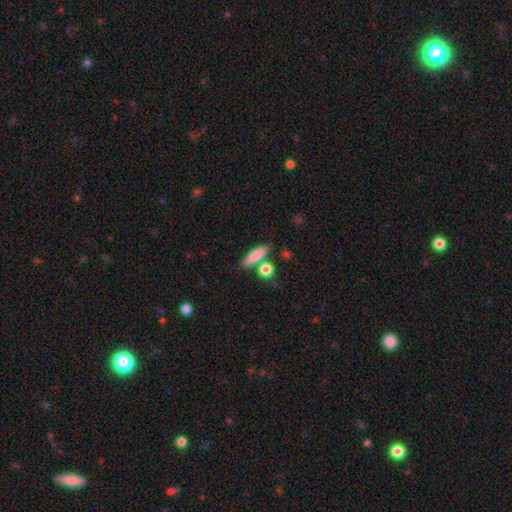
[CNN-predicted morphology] type=smooth (83%); roundness=cigar-shaped (49%); merging=none (70%).